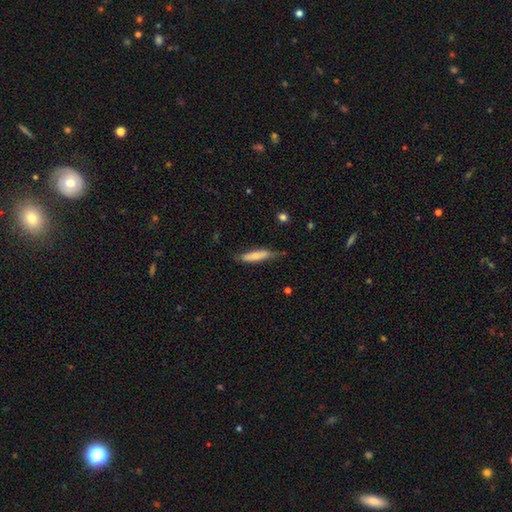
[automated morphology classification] Q: Smooth or featured?
A: smooth (69%); runner-up: featured or disk (25%)
Q: How rounded?
A: cigar-shaped (79%); runner-up: in between (20%)
Q: Merging?
A: none (64%); runner-up: minor disturbance (28%)